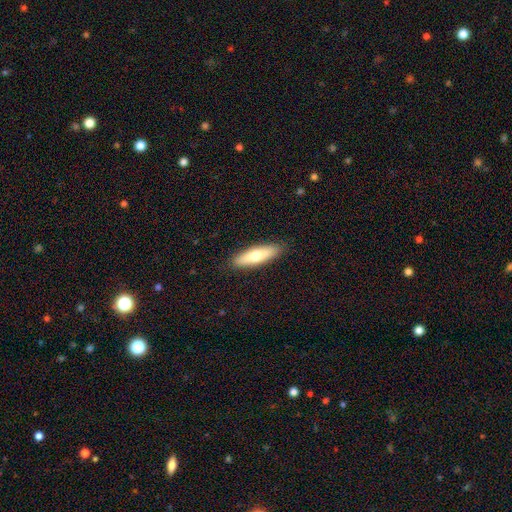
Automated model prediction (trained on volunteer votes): Morphology: type=smooth (66%); roundness=cigar-shaped (63%); merging=none (89%).